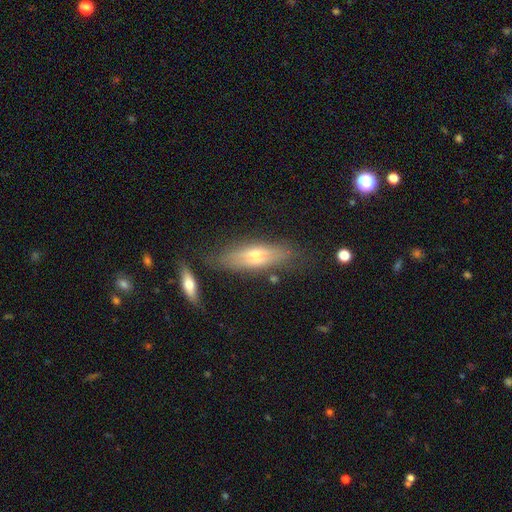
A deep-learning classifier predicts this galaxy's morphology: This is possibly a featured or disk galaxy (56%). It is clearly viewed edge-on (82%). Merging: likely none (76%).